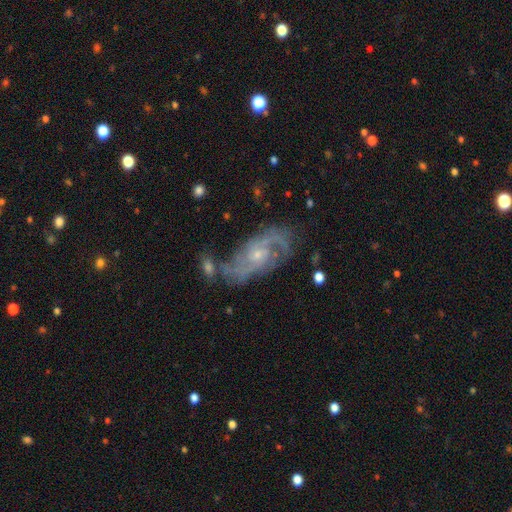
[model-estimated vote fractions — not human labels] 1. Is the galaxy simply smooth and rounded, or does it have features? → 85% featured or disk, 9% smooth, 7% star or artifact.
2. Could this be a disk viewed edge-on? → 95% no, 5% yes.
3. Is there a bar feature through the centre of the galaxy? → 66% no, 29% weak, 5% strong.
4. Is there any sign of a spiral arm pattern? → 94% yes, 6% no.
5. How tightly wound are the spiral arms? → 46% medium, 29% tight, 25% loose.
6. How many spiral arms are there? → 65% 2, 15% can't tell, 10% 3, 4% 1, 3% 4, 3% more than 4.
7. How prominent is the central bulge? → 67% small, 29% moderate, 2% none, 1% large, 1% dominant.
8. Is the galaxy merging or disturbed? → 60% none, 20% minor disturbance, 12% major disturbance, 9% merger.